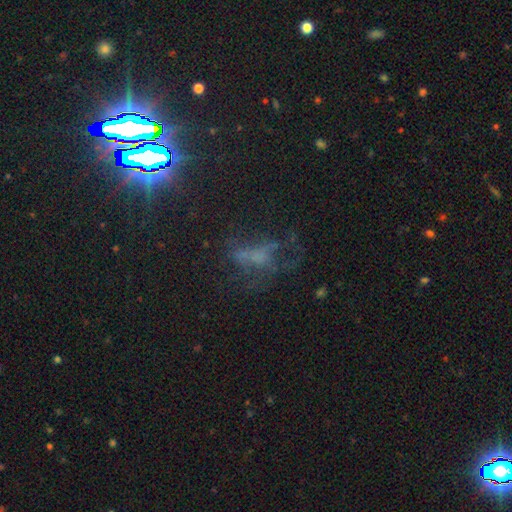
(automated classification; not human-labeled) smooth-or-featured: star or artifact: 46% | featured or disk: 31% | smooth: 23%